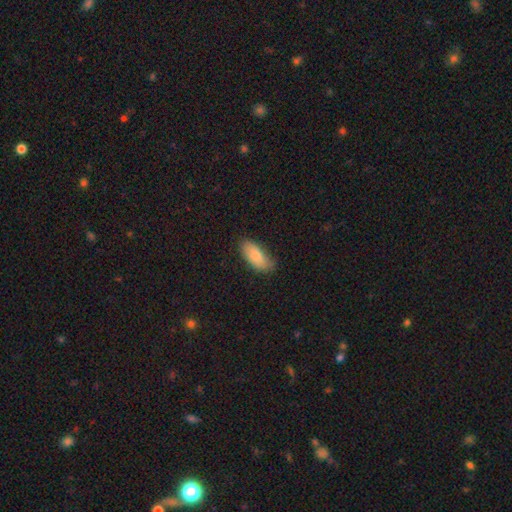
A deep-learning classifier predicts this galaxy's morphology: Smooth or featured?
  - smooth: 83% *
  - featured or disk: 11%
  - star or artifact: 6%
How rounded?
  - in between: 87% *
  - cigar-shaped: 11%
  - round: 2%
Merging?
  - none: 72% *
  - minor disturbance: 23%
  - major disturbance: 4%
  - merger: 1%